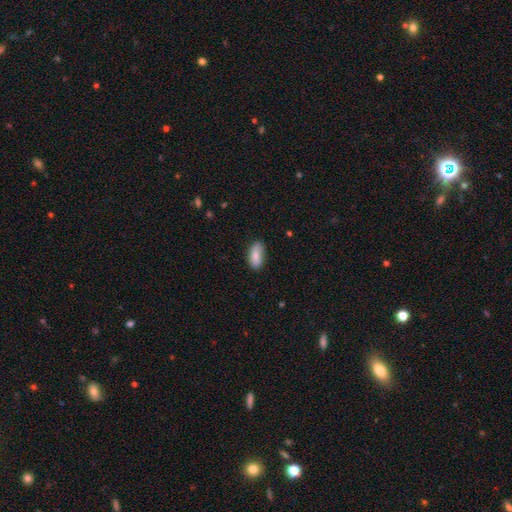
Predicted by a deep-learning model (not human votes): Smooth or featured? Predicted: smooth (p=0.81). How rounded? Predicted: in between (p=0.86). Merging? Predicted: none (p=0.79).